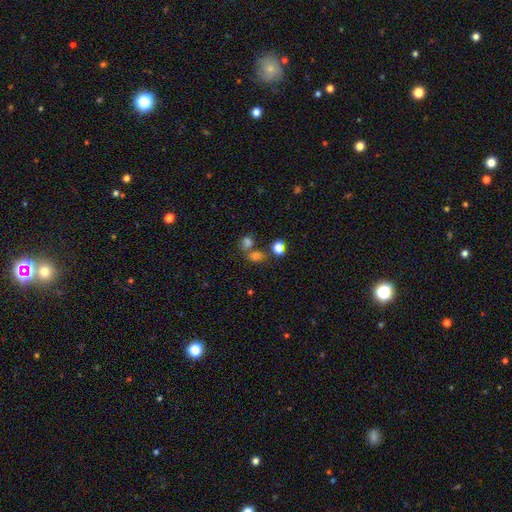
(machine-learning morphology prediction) The model was most divided on "how rounded": in between: 57%, round: 41%, cigar-shaped: 2%. Remaining: smooth or featured — smooth (67%); merging — none (49%).